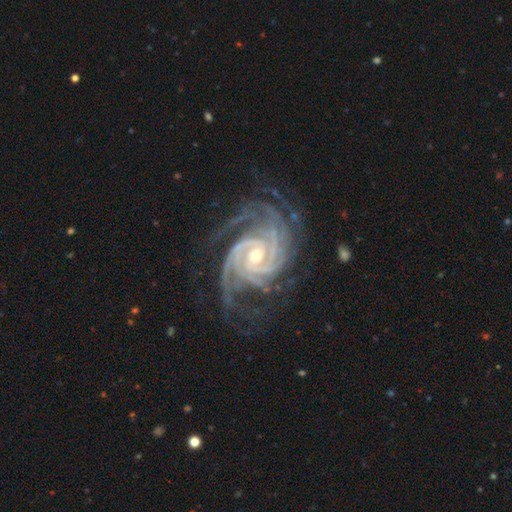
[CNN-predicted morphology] Smooth or featured: featured or disk — 94% (star or artifact — 4%)
Edge-on disk: no — 98% (yes — 2%)
Bar: no — 45% (weak — 34%)
Spiral arms: yes — 99% (no — 1%)
Spiral winding: tight — 75% (medium — 22%)
Spiral arm count: 4 — 32% (3 — 22%)
Bulge size: small — 52% (moderate — 45%)
Merging: none — 71% (minor disturbance — 17%)